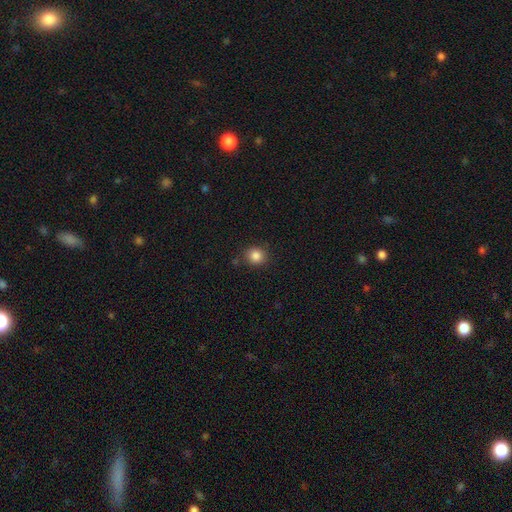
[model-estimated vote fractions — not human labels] Q: Smooth or featured?
A: smooth (85%); runner-up: star or artifact (10%)
Q: How rounded?
A: round (84%); runner-up: in between (15%)
Q: Merging?
A: none (83%); runner-up: minor disturbance (11%)